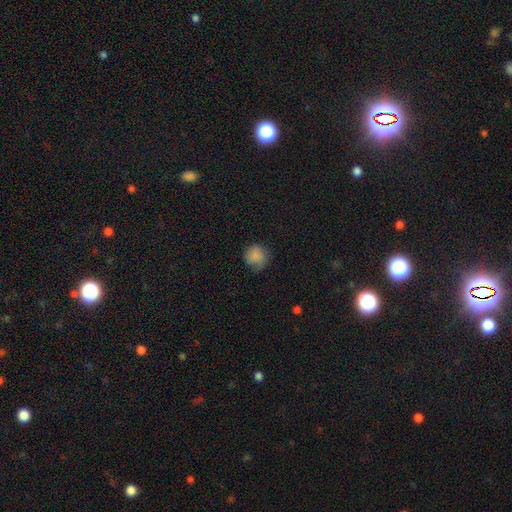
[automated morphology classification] Smooth or featured? Predicted: smooth (p=0.83). How rounded? Predicted: round (p=0.86). Merging? Predicted: none (p=0.65).